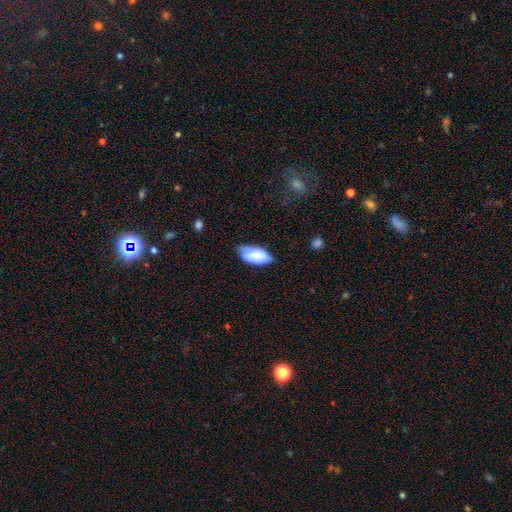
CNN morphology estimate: smooth 68%, featured or disk 25%, star or artifact 7%. Down the decision tree: how rounded — in between (93%); merging — none (51%).